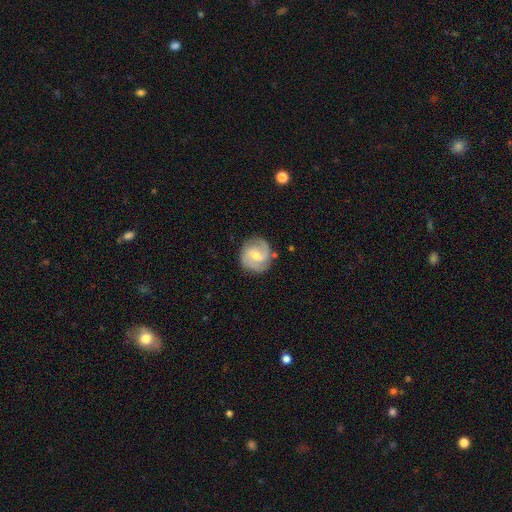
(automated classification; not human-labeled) Smooth or featured: featured or disk — 77% (smooth — 18%)
Edge-on disk: no — 98% (yes — 2%)
Bar: weak — 55% (no — 30%)
Spiral arms: yes — 94% (no — 6%)
Spiral winding: medium — 49% (tight — 29%)
Spiral arm count: 2 — 71% (3 — 12%)
Bulge size: small — 50% (moderate — 45%)
Merging: none — 79% (minor disturbance — 14%)